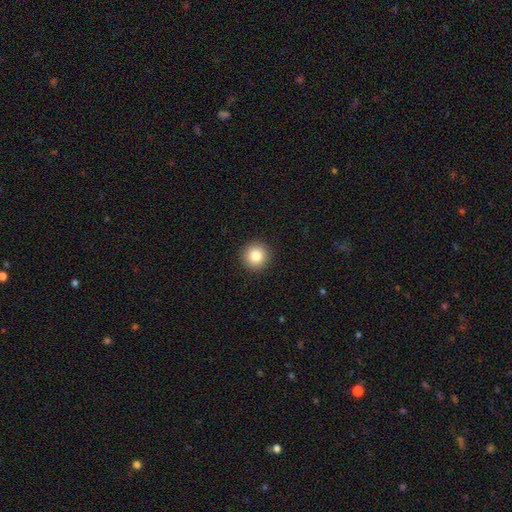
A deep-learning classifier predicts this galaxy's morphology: The model was most divided on "smooth or featured": smooth: 84%, star or artifact: 10%, featured or disk: 6%. More confident: how rounded — round (95%); merging — none (93%).